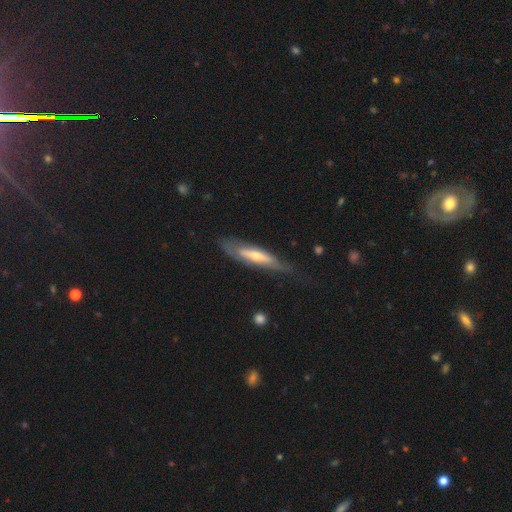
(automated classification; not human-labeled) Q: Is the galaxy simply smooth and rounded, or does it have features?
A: featured or disk — 56%.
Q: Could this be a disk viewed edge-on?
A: yes — 64%.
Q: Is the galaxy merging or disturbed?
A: none — 62%.